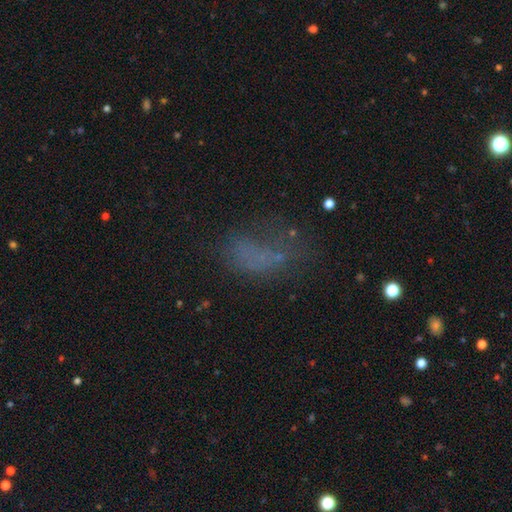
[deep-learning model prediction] This appears to be a smooth galaxy with no disk features (52%) that is in between round and cigar-shaped (84%). Merging: none (43%).